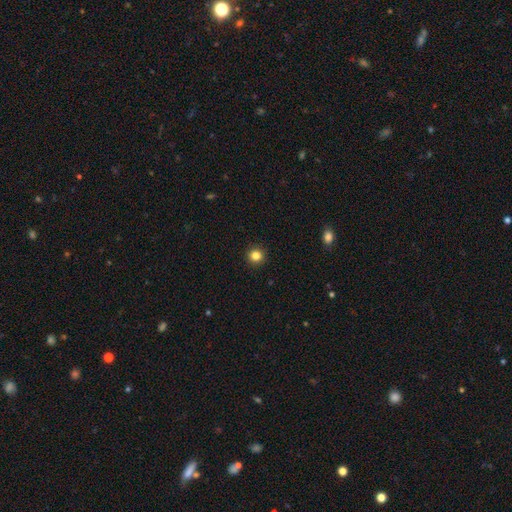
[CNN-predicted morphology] A smooth galaxy with no disk features (83%) that is round (95%).

Vote fractions:
- Smooth or featured? smooth: 83% / star or artifact: 12% / featured or disk: 5%
- How rounded? round: 95% / in between: 4% / cigar-shaped: 1%
- Merging? none: 93% / minor disturbance: 5% / major disturbance: 2% / merger: 1%